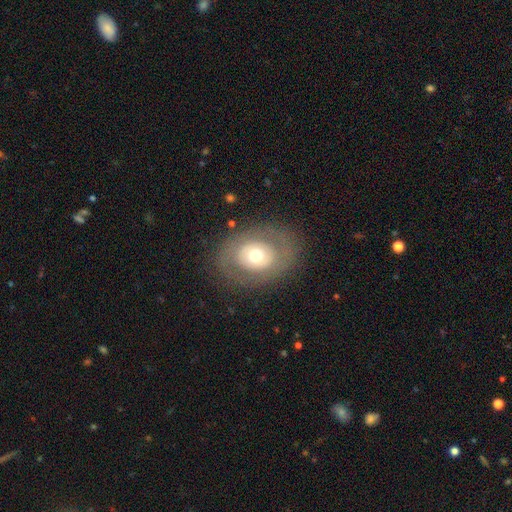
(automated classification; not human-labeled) This is possibly a smooth galaxy (50%). Merging: clearly none (81%).